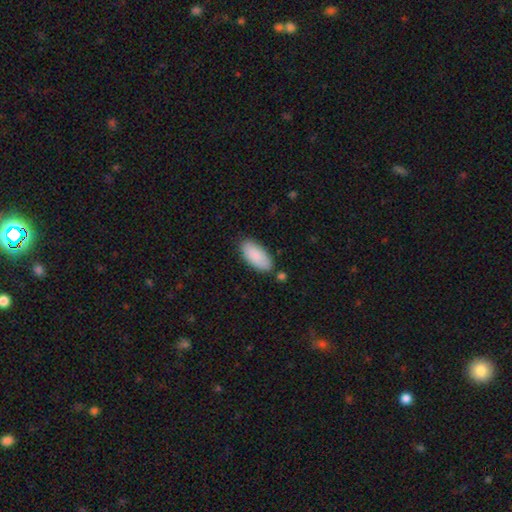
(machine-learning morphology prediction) A smooth galaxy with no disk features (89%) that is in between round and cigar-shaped (91%). Merging: none (81%).